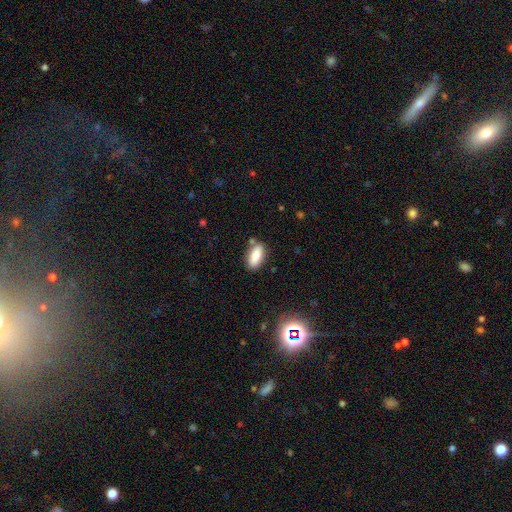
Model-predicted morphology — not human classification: Smooth or featured? Predicted: smooth (p=0.83). How rounded? Predicted: in between (p=0.81). Merging? Predicted: none (p=0.79).